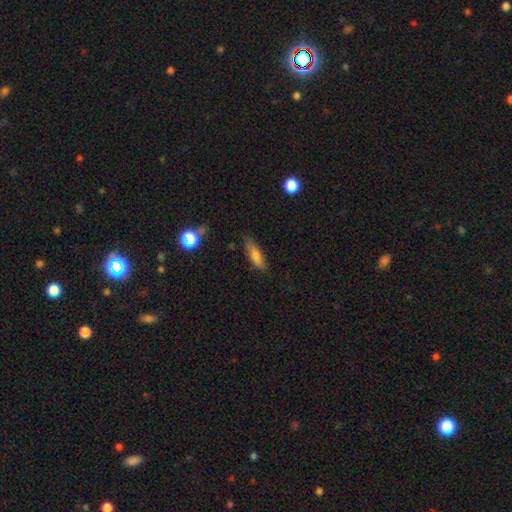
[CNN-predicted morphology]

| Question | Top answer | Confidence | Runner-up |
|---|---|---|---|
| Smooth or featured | smooth | 73% | featured or disk (19%) |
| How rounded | cigar-shaped | 55% | in between (42%) |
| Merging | none | 73% | minor disturbance (20%) |